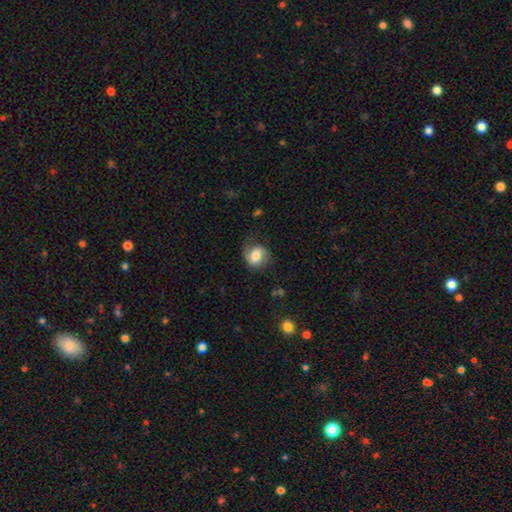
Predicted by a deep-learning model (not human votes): Morphology: type=smooth (51%); roundness=round (56%); merging=none (53%).